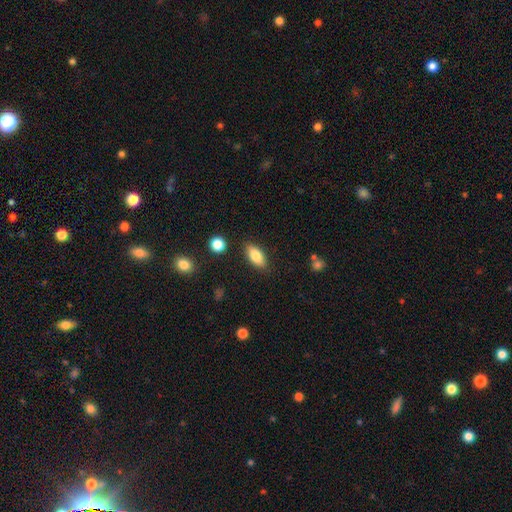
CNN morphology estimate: Q: Smooth or featured?
A: smooth (82%); runner-up: featured or disk (11%)
Q: How rounded?
A: in between (86%); runner-up: cigar-shaped (10%)
Q: Merging?
A: none (86%); runner-up: minor disturbance (10%)